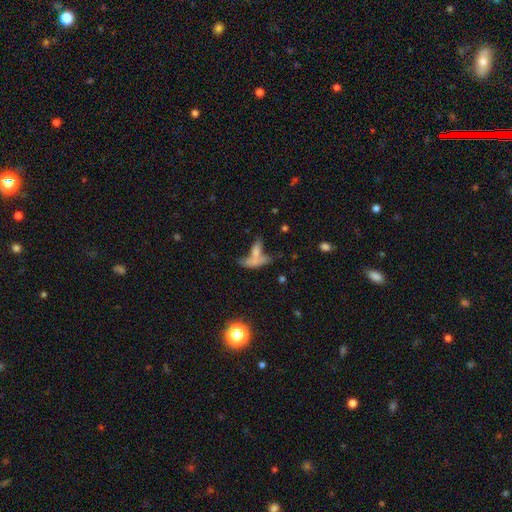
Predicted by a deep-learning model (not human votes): Smooth or featured?
  - smooth: 59% *
  - featured or disk: 27%
  - star or artifact: 14%
How rounded?
  - in between: 47% *
  - cigar-shaped: 46%
  - round: 7%
Merging?
  - merger: 51% *
  - none: 28%
  - minor disturbance: 11%
  - major disturbance: 10%